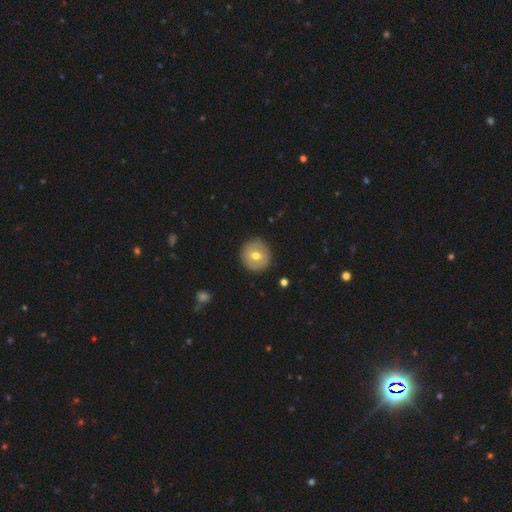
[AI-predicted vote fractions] smooth-or-featured: smooth: 62% | featured or disk: 31% | star or artifact: 8%
  how-rounded: round: 94% | in between: 5% | cigar-shaped: 1%
  merging: none: 89% | minor disturbance: 8% | major disturbance: 2% | merger: 1%